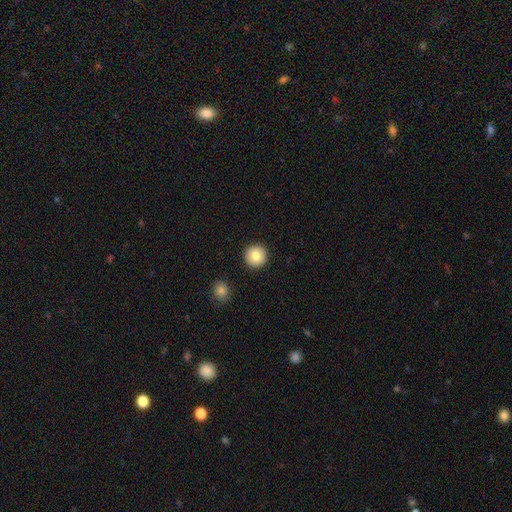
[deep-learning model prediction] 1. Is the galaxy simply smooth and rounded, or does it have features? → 83% smooth, 9% featured or disk, 8% star or artifact.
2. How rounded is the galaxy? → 95% round, 4% in between, 1% cigar-shaped.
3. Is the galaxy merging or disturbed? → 92% none, 5% minor disturbance, 2% major disturbance, 1% merger.